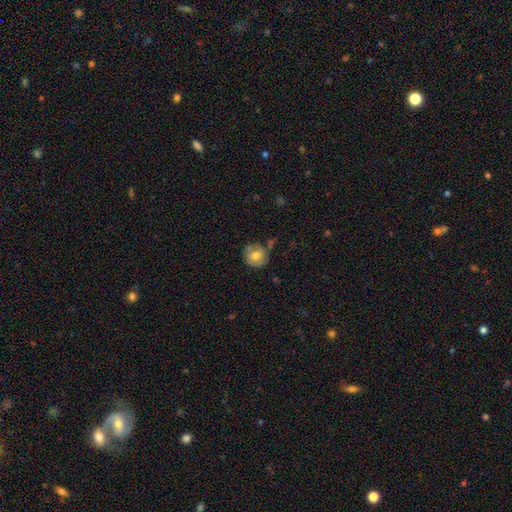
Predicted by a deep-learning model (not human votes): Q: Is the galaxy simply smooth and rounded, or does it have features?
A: smooth — 72%.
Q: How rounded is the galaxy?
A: round — 89%.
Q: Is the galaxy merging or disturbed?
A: none — 71%.